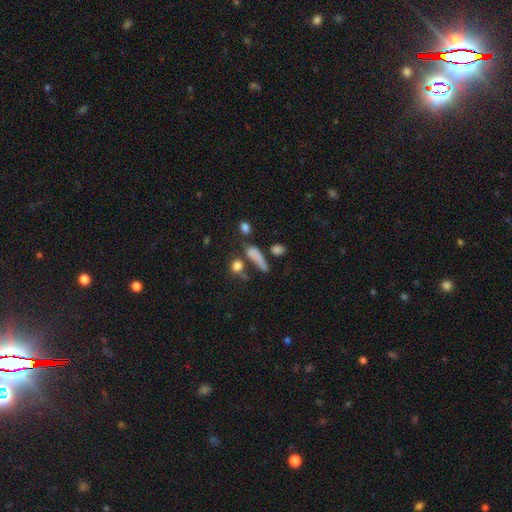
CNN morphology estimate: Smooth or featured? smooth (71%)
How rounded? cigar-shaped (40%)
Merging? none (45%)